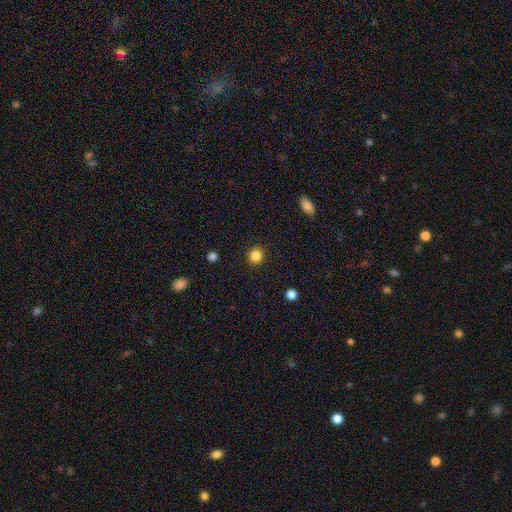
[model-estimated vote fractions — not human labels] Smooth or featured: smooth — 85% (star or artifact — 11%)
How rounded: round — 92% (in between — 7%)
Merging: none — 91% (minor disturbance — 6%)